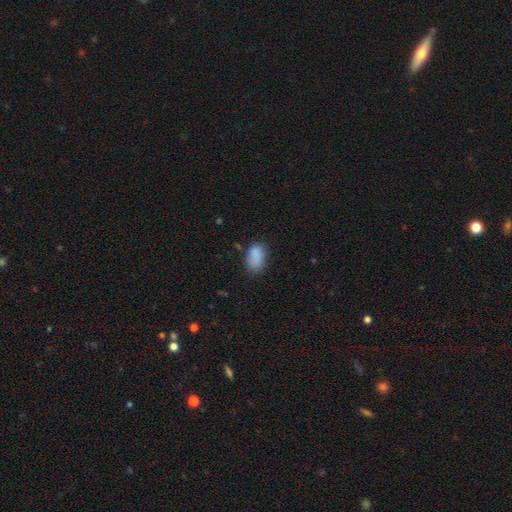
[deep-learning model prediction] Smooth or featured: smooth — 87% (star or artifact — 8%)
How rounded: in between — 90% (round — 8%)
Merging: none — 67% (minor disturbance — 24%)